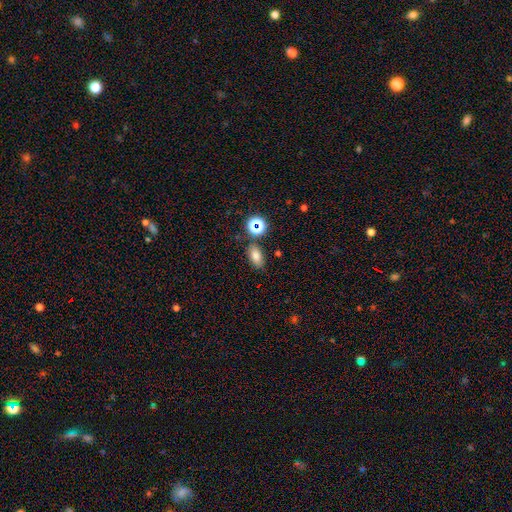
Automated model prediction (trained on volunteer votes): Smooth or featured? smooth (75%)
How rounded? in between (86%)
Merging? none (78%)